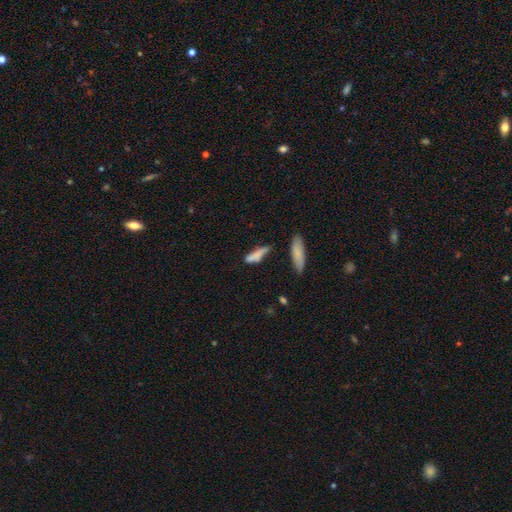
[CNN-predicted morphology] This appears to be a smooth galaxy with no disk features (75%) that is cigar-shaped (63%). Merging: none (47%).